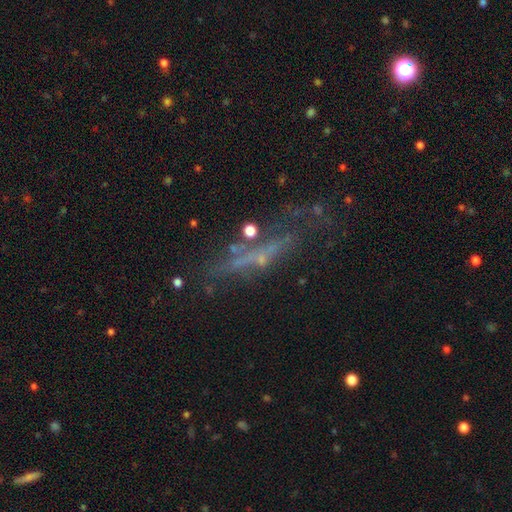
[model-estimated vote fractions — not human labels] Morphology: type=featured or disk (52%); edge-on=yes (53%); merging=none (52%).